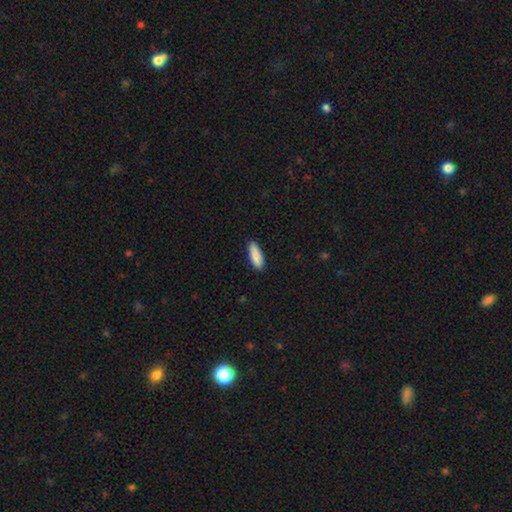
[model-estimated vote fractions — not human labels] Morphology: type=smooth (89%); roundness=in between (60%); merging=none (88%).